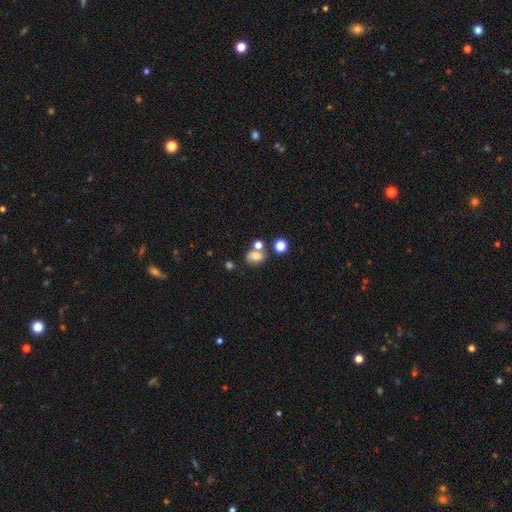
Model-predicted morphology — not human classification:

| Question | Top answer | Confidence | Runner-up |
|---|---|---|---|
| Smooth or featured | smooth | 72% | star or artifact (14%) |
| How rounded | in between | 61% | round (38%) |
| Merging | none | 48% | merger (31%) |